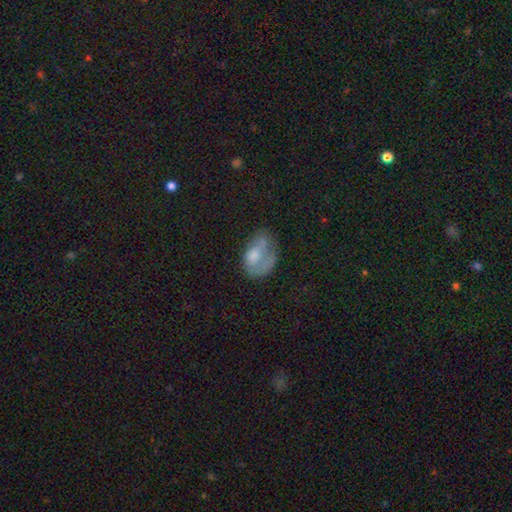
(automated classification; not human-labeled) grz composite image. It shows a smooth galaxy with no disk features (56%) that is in between round and cigar-shaped (80%). Merging: major disturbance (36%).